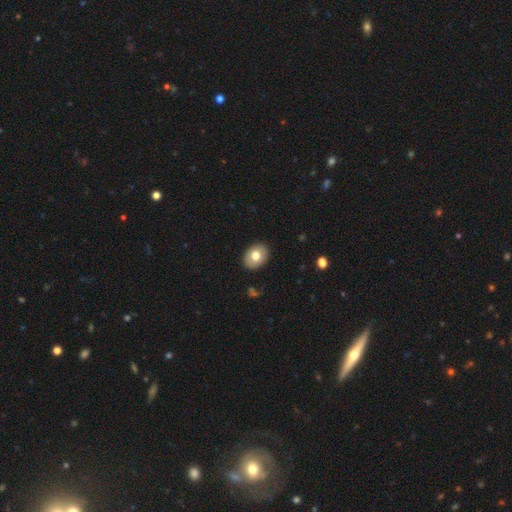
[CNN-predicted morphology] A smooth galaxy with no disk features (75%) that is in between round and cigar-shaped (69%).

Vote fractions:
- Smooth or featured? smooth: 75% / featured or disk: 17% / star or artifact: 8%
- How rounded? in between: 69% / round: 30% / cigar-shaped: 1%
- Merging? none: 89% / minor disturbance: 8% / major disturbance: 2% / merger: 1%